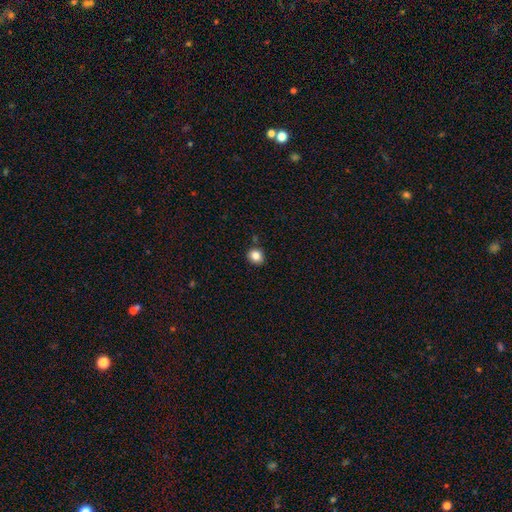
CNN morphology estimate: Overall: smooth (84%). How rounded: round (77%). Merging: none (88%).